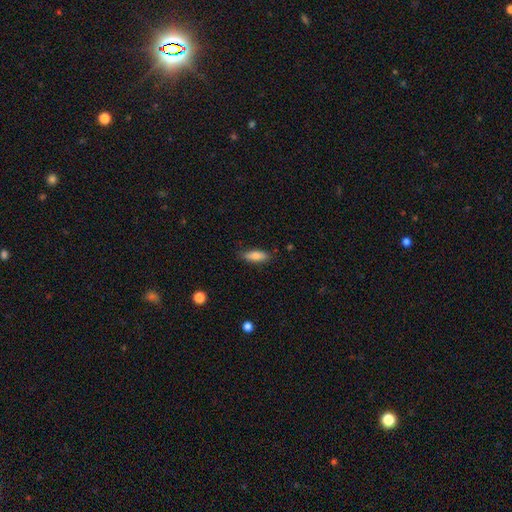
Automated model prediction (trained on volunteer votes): Smooth or featured? smooth (78%)
How rounded? in between (64%)
Merging? none (82%)